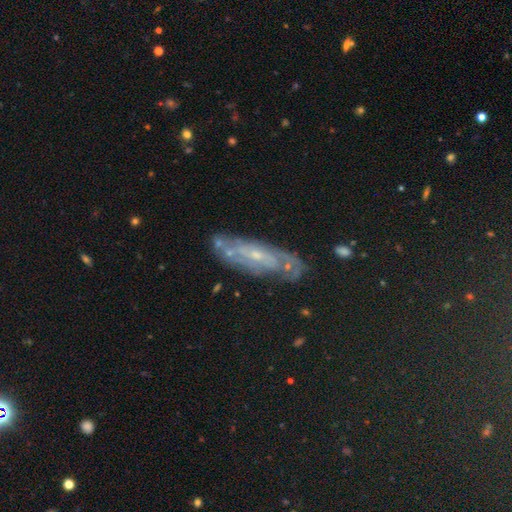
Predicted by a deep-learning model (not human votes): smooth_or_featured: featured or disk (p=0.69) [alt: smooth p=0.18]
disk_edge_on: no (p=0.75) [alt: yes p=0.25]
bar: no (p=0.58) [alt: weak p=0.33]
has_spiral_arms: yes (p=0.78) [alt: no p=0.22]
bulge_size: small (p=0.76) [alt: moderate p=0.19]
merging: none (p=0.75) [alt: minor disturbance p=0.17]